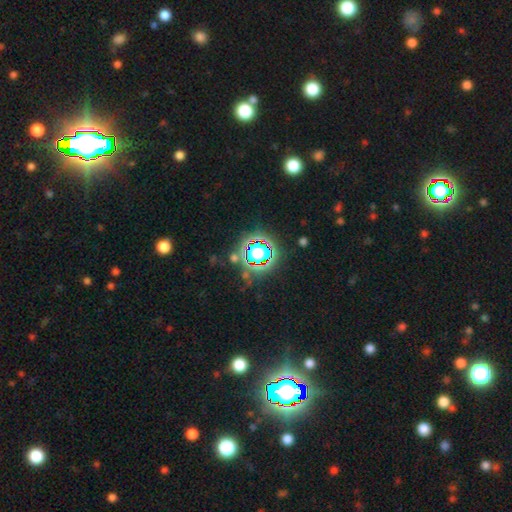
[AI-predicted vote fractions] star or artifact 78%, smooth 13%, featured or disk 9%.